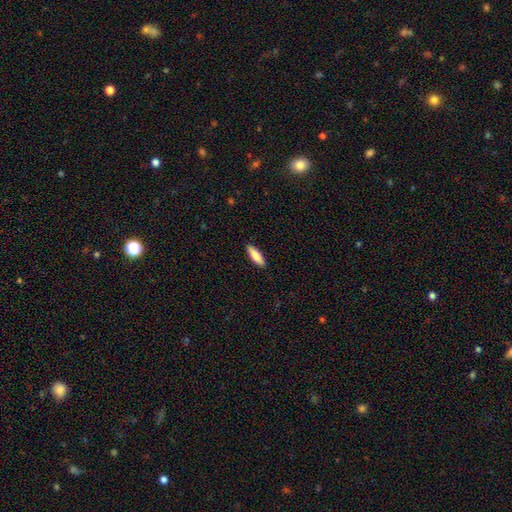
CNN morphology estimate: Q: Smooth or featured?
A: smooth (83%); runner-up: featured or disk (12%)
Q: How rounded?
A: cigar-shaped (54%); runner-up: in between (45%)
Q: Merging?
A: none (90%); runner-up: minor disturbance (7%)